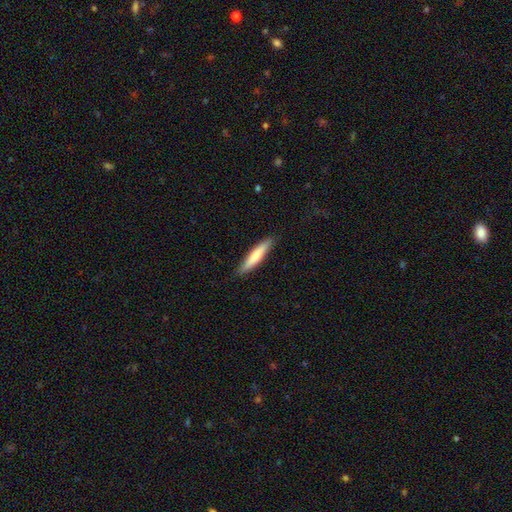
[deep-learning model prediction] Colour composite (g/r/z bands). It shows a smooth galaxy with no disk features (69%) that is cigar-shaped (89%). Merging: none (89%).